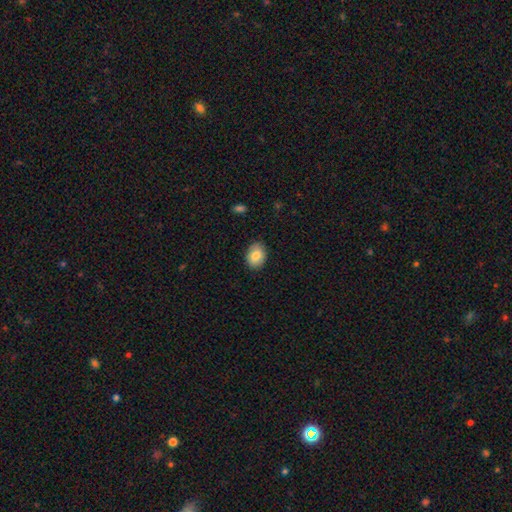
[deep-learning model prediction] This appears to be a smooth galaxy with no disk features (83%) that is in between round and cigar-shaped (73%). Merging: none (88%).